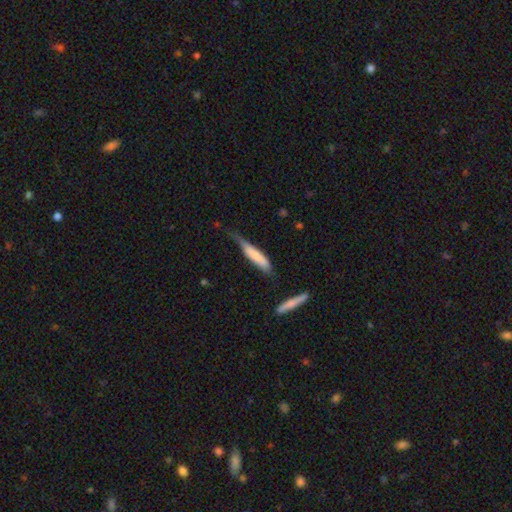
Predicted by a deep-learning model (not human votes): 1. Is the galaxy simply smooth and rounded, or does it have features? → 72% smooth, 23% featured or disk, 6% star or artifact.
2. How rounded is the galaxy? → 83% cigar-shaped, 15% in between, 1% round.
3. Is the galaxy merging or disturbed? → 42% minor disturbance, 35% none, 18% major disturbance, 5% merger.